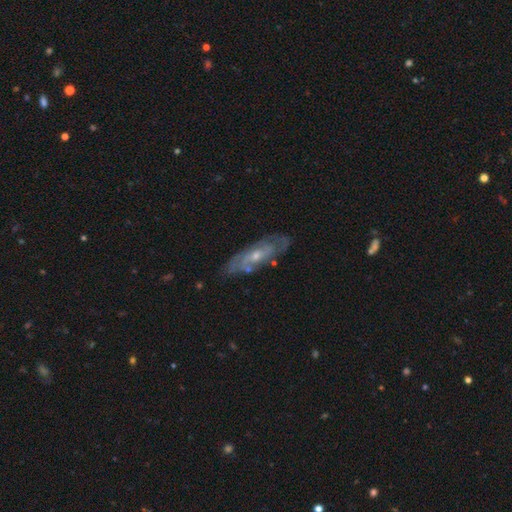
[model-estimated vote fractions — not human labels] Smooth or featured? Predicted: featured or disk (p=0.78). Edge-on disk? Predicted: no (p=0.80). Bar? Predicted: no (p=0.60). Spiral arms? Predicted: yes (p=0.83). Spiral winding? Predicted: tight (p=0.54). Spiral arm count? Predicted: can't tell (p=0.46). Bulge size? Predicted: small (p=0.53). Merging? Predicted: none (p=0.73).